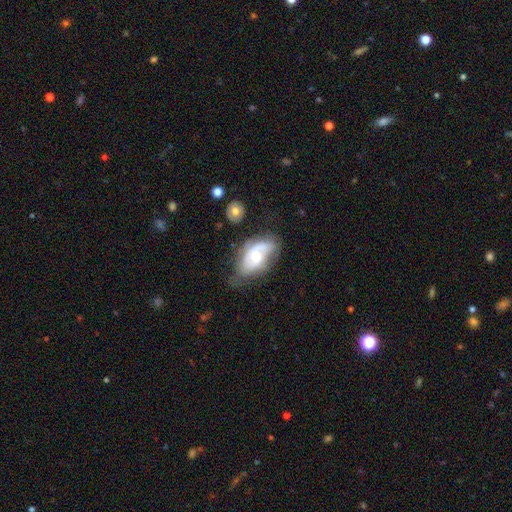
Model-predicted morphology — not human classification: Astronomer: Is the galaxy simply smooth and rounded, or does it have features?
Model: featured or disk — 65%.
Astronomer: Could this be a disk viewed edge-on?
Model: no — 94%.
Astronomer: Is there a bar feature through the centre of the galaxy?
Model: no — 66%.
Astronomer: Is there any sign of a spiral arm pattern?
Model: yes — 79%.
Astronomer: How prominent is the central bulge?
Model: moderate — 55% (runner-up: small, 33%).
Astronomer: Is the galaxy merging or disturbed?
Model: none — 43% (runner-up: minor disturbance, 30%).